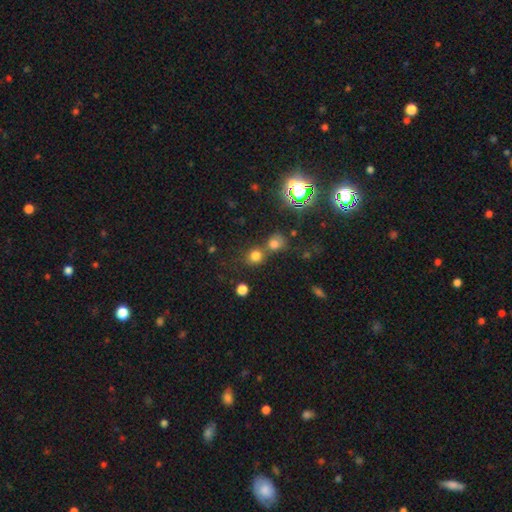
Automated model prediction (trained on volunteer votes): A smooth galaxy with no disk features (73%) that is round (84%). Merging: none (56%).